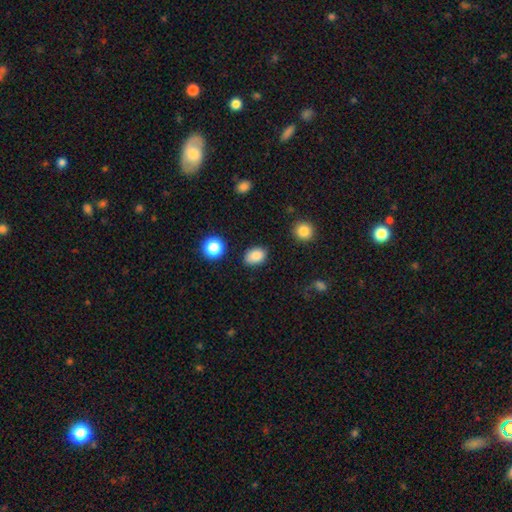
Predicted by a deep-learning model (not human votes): A smooth galaxy with no disk features (86%) that is in between round and cigar-shaped (76%). Merging: none (80%).